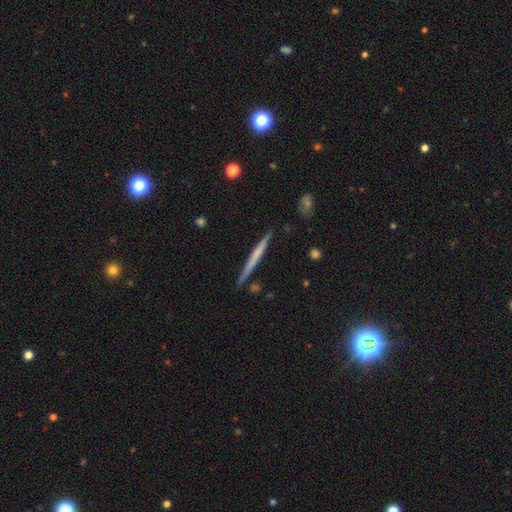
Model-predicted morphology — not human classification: This appears to be a featured or disk galaxy (51%) viewed edge-on (97%). Merging: none (88%).